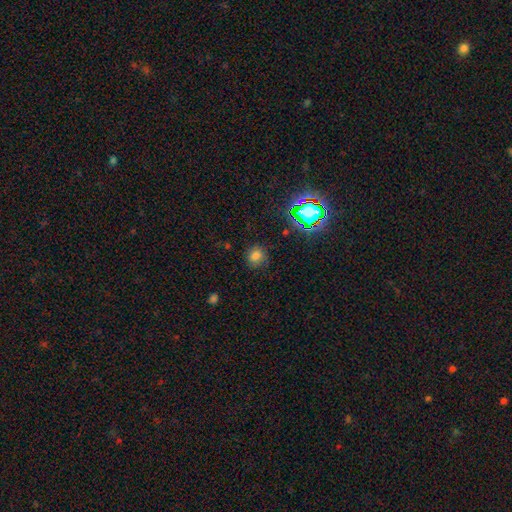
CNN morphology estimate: smooth 72%, star or artifact 21%, featured or disk 7%. Down the decision tree: how rounded — round (82%); merging — none (81%).